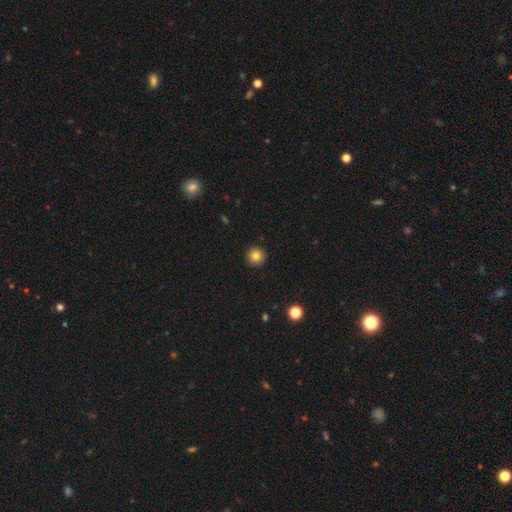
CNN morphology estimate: The model was most divided on "smooth or featured": smooth: 83%, star or artifact: 11%, featured or disk: 6%. More confident: how rounded — round (96%); merging — none (93%).